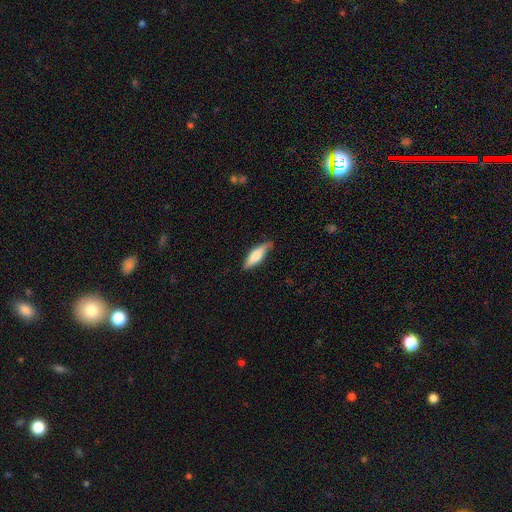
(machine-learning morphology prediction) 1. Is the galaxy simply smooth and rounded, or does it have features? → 67% smooth, 28% featured or disk, 6% star or artifact.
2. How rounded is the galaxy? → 59% cigar-shaped, 39% in between, 2% round.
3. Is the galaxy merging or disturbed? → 75% none, 20% minor disturbance, 4% major disturbance, 1% merger.